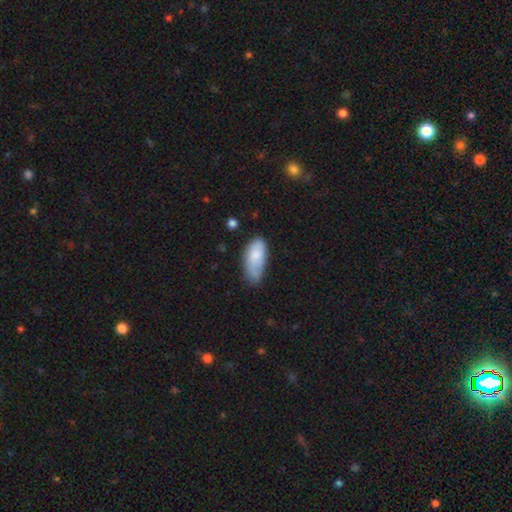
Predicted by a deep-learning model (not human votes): smooth 80%, featured or disk 13%, star or artifact 6%. Down the decision tree: how rounded — in between (89%); merging — none (47%).